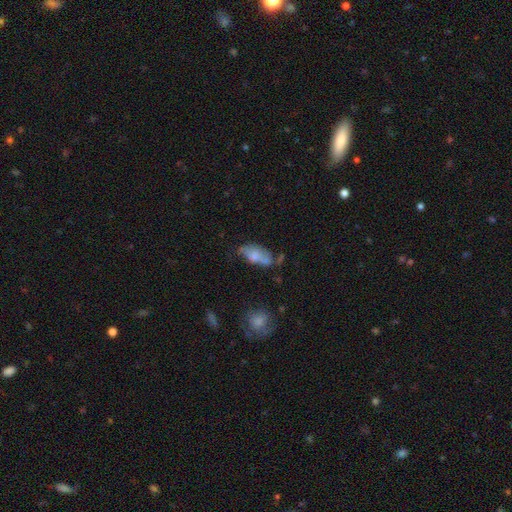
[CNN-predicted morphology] smooth-or-featured: smooth: 63% | featured or disk: 29% | star or artifact: 8%
  how-rounded: in between: 85% | cigar-shaped: 11% | round: 4%
  merging: none: 41% | minor disturbance: 29% | major disturbance: 15% | merger: 15%